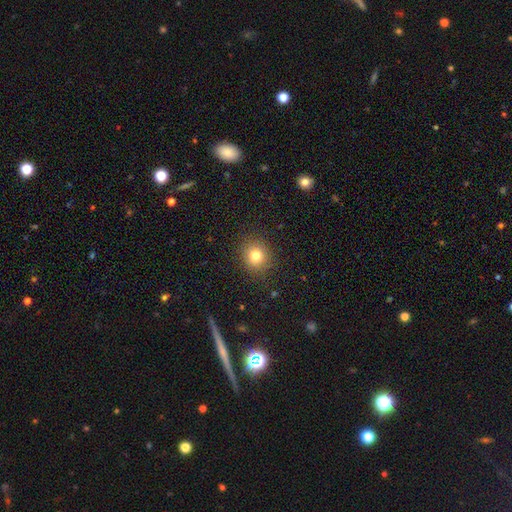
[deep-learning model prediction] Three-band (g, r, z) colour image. It shows a smooth galaxy with no disk features (79%) that is round (85%). Merging: none (89%).